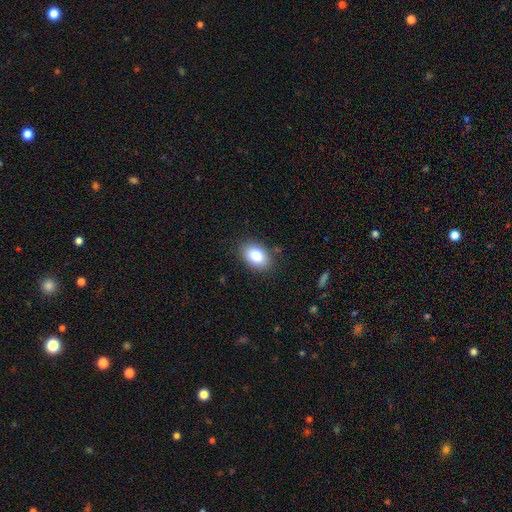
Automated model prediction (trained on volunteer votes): Morphology: type=smooth (82%); roundness=in between (83%); merging=none (85%).